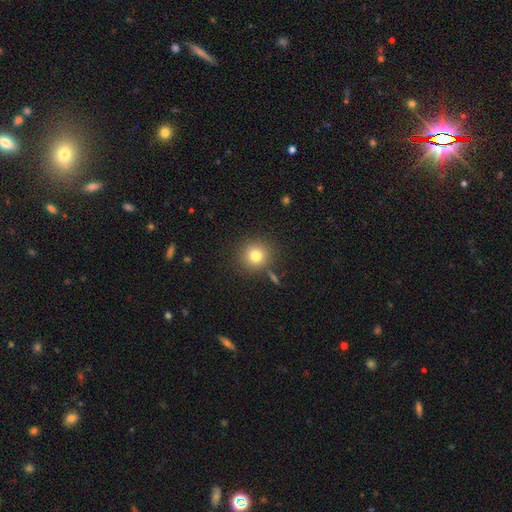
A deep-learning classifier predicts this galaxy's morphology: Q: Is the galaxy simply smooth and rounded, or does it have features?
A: smooth — 79%.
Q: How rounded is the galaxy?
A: round — 91%.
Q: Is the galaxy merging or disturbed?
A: none — 84%.